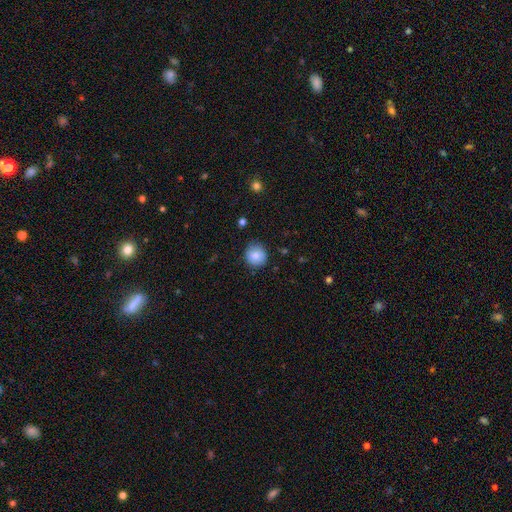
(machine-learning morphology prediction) Smooth or featured? Predicted: smooth (p=0.83). How rounded? Predicted: round (p=0.90). Merging? Predicted: none (p=0.84).